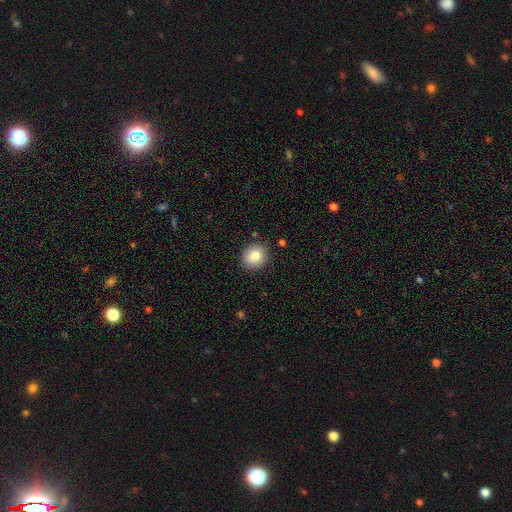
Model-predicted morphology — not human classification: The model was most divided on "how rounded": round: 85%, in between: 14%, cigar-shaped: 1%. More confident: merging — none (88%); smooth or featured — smooth (85%).